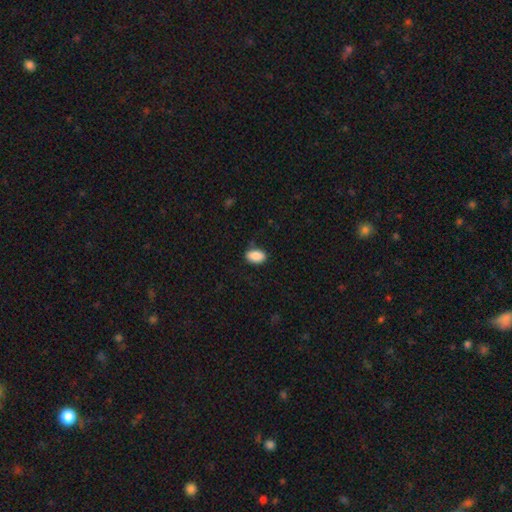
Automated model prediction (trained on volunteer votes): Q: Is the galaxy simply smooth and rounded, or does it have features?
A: smooth — 89%.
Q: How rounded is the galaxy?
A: in between — 91%.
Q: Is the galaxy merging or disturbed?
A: none — 82%.